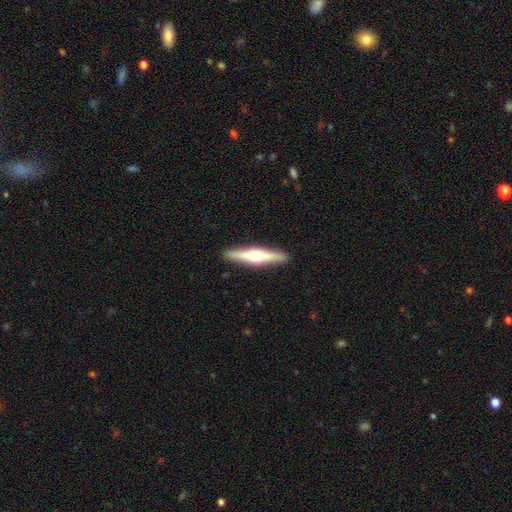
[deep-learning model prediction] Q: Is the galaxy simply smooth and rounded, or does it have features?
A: featured or disk — 58%.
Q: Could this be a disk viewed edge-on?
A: yes — 96%.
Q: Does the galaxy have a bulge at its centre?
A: rounded — 90%.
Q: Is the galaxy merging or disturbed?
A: none — 91%.